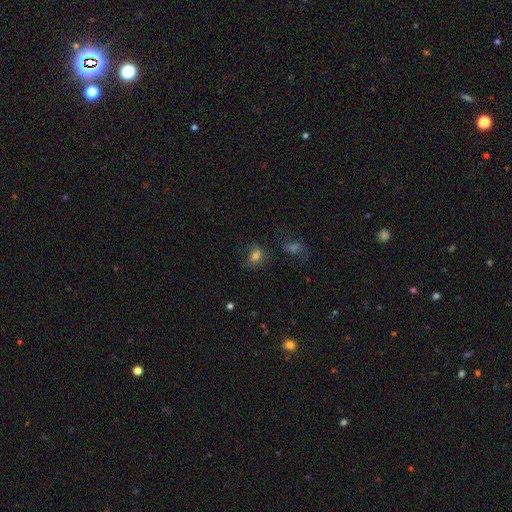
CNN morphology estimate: smooth 70%, star or artifact 16%, featured or disk 14%. Down the decision tree: how rounded — in between (69%); merging — none (56%).